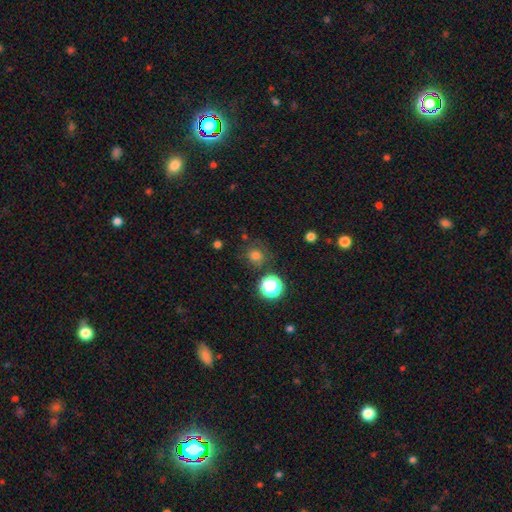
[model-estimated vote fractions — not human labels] Q: Smooth or featured?
A: smooth (73%); runner-up: star or artifact (20%)
Q: How rounded?
A: round (89%); runner-up: in between (10%)
Q: Merging?
A: none (76%); runner-up: minor disturbance (14%)